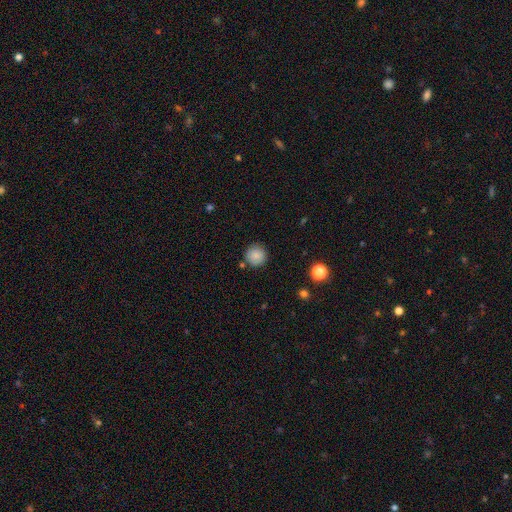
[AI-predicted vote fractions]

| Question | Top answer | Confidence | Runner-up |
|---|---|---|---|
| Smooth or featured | smooth | 86% | star or artifact (9%) |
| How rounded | round | 95% | in between (4%) |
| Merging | none | 86% | minor disturbance (9%) |